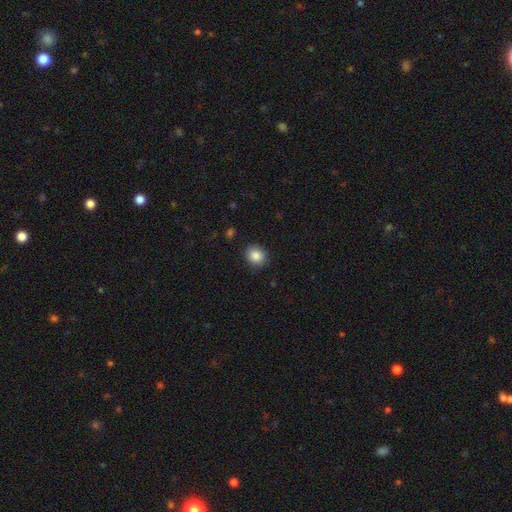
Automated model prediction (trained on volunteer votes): Smooth or featured: smooth — 87% (star or artifact — 9%)
How rounded: round — 80% (in between — 19%)
Merging: none — 89% (minor disturbance — 8%)